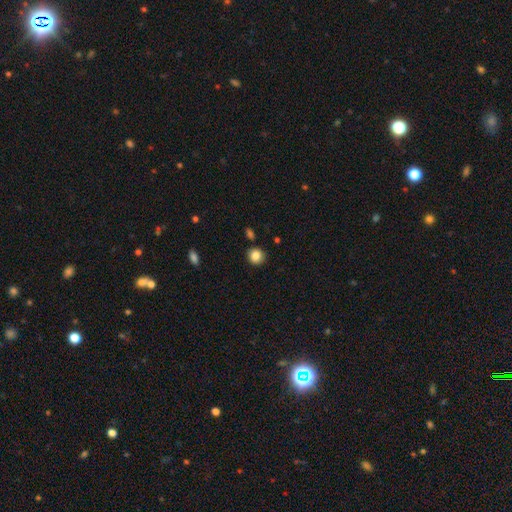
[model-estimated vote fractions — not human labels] smooth-or-featured: smooth: 85% | star or artifact: 10% | featured or disk: 5%
  how-rounded: round: 89% | in between: 10% | cigar-shaped: 1%
  merging: none: 88% | minor disturbance: 7% | merger: 3% | major disturbance: 2%